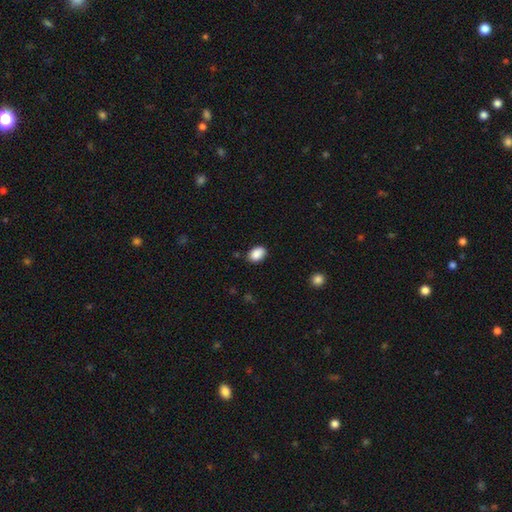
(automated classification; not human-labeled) Smooth or featured? smooth (89%)
How rounded? in between (78%)
Merging? none (84%)